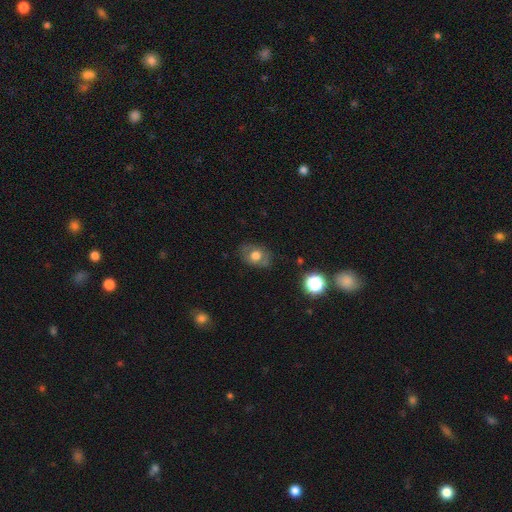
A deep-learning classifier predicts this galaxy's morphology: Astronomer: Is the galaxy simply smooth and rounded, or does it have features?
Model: smooth — 62%.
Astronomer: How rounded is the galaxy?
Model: in between — 62% (runner-up: round, 37%).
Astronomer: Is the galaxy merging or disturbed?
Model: none — 76%.